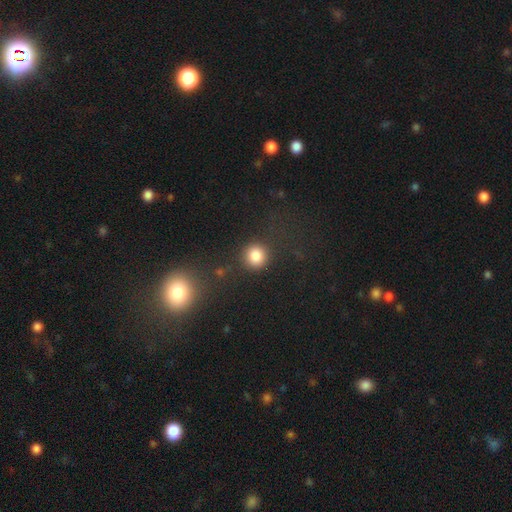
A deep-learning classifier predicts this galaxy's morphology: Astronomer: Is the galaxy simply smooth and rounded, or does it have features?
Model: smooth — 84%.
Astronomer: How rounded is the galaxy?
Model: round — 89%.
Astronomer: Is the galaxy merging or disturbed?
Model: none — 80%.